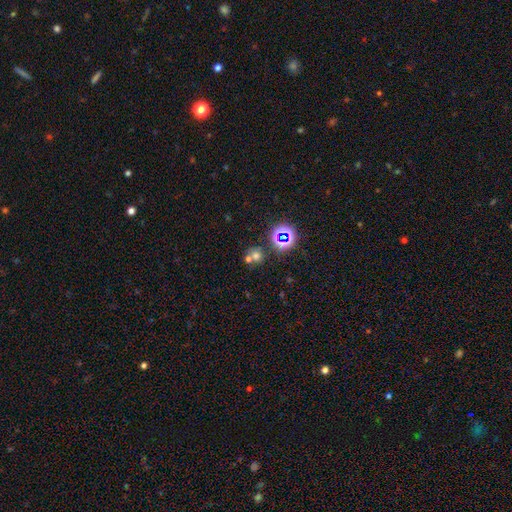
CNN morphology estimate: Smooth or featured: smooth — 56% (star or artifact — 33%)
How rounded: round — 85% (in between — 14%)
Merging: none — 53% (merger — 36%)